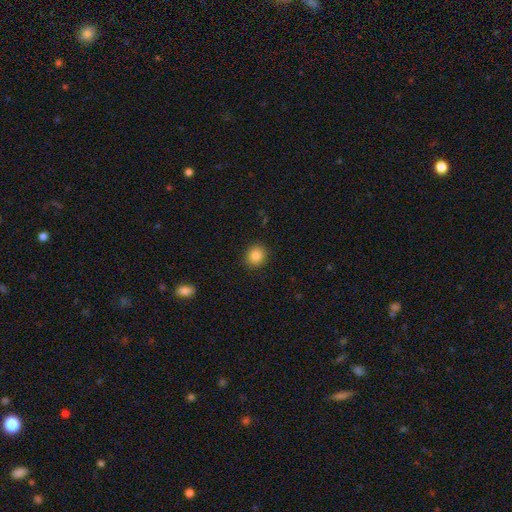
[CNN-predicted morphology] smooth 84%, star or artifact 10%, featured or disk 6%. Down the decision tree: how rounded — round (83%); merging — none (90%).